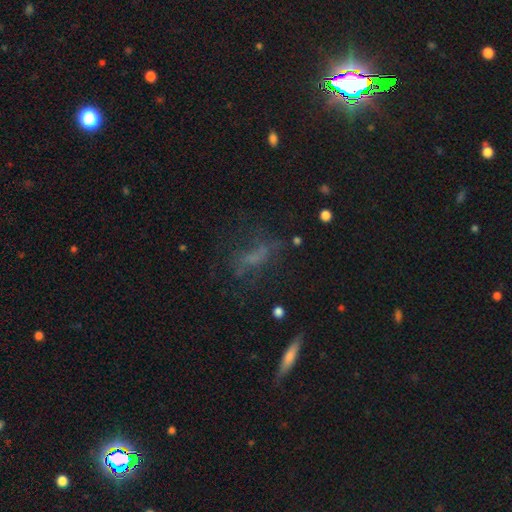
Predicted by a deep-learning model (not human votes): Smooth or featured? Predicted: smooth (p=0.40). Merging? Predicted: none (p=0.53).